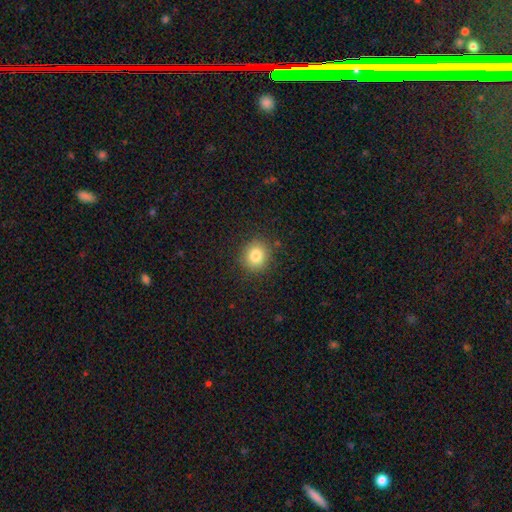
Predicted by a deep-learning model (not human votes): Smooth or featured?
  - smooth: 83% *
  - star or artifact: 10%
  - featured or disk: 7%
How rounded?
  - round: 82% *
  - in between: 17%
  - cigar-shaped: 1%
Merging?
  - none: 87% *
  - minor disturbance: 9%
  - major disturbance: 3%
  - merger: 1%